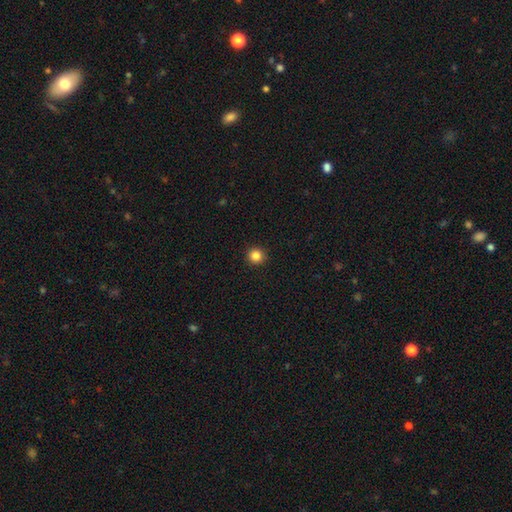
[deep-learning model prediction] smooth_or_featured: smooth (p=0.84) [alt: star or artifact p=0.12]
how_rounded: round (p=0.95) [alt: in between p=0.04]
merging: none (p=0.93) [alt: minor disturbance p=0.04]